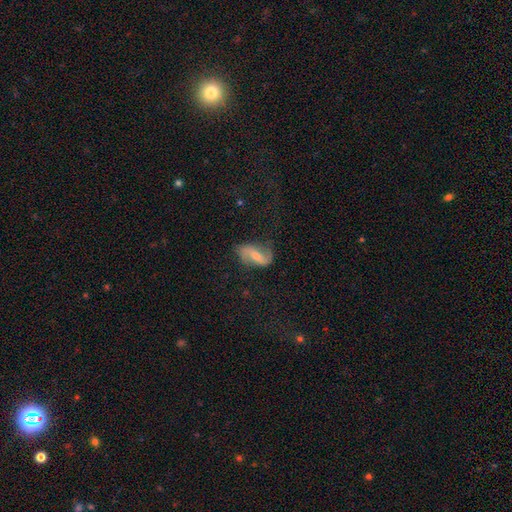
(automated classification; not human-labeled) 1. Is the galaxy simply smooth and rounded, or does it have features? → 68% featured or disk, 24% smooth, 8% star or artifact.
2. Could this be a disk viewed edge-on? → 95% no, 5% yes.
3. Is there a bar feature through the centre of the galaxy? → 42% weak, 29% no, 29% strong.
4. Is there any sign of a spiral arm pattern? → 91% yes, 9% no.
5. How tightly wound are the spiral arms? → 69% loose, 23% medium, 8% tight.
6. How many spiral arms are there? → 89% 2, 4% can't tell, 4% 1, 1% 3, 1% 4, 1% more than 4.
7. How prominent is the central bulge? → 45% moderate, 41% small, 8% none, 5% large, 1% dominant.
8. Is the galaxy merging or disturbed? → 67% none, 20% minor disturbance, 11% major disturbance, 2% merger.